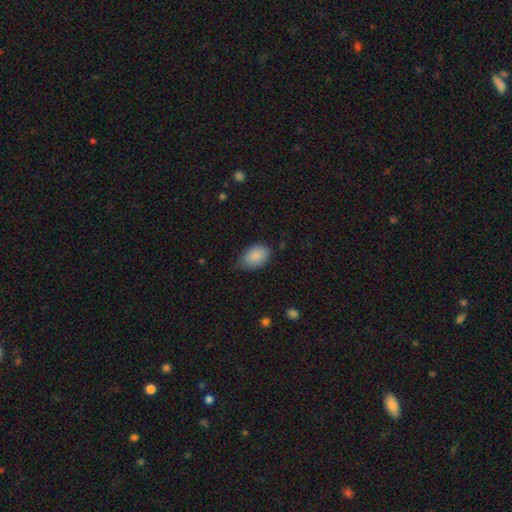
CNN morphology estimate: Smooth or featured? smooth (87%)
How rounded? in between (82%)
Merging? none (60%)